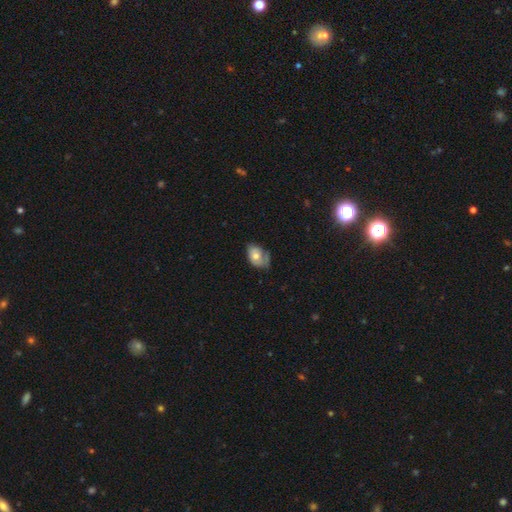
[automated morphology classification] A smooth galaxy with no disk features (63%) that is in between round and cigar-shaped (83%). Merging: none (38%, tied with minor disturbance).